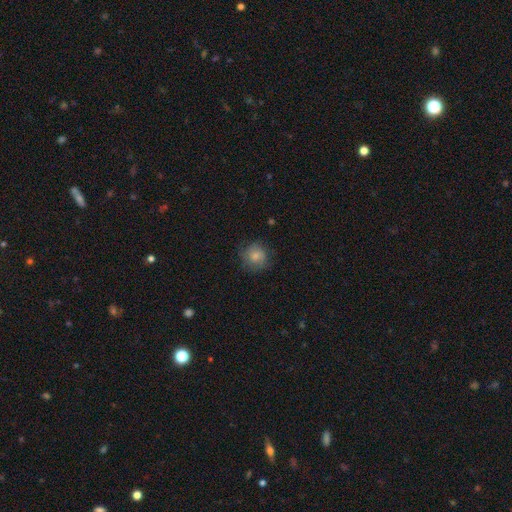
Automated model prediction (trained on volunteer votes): Smooth or featured: smooth — 74% (featured or disk — 17%)
How rounded: round — 87% (in between — 12%)
Merging: none — 72% (minor disturbance — 20%)